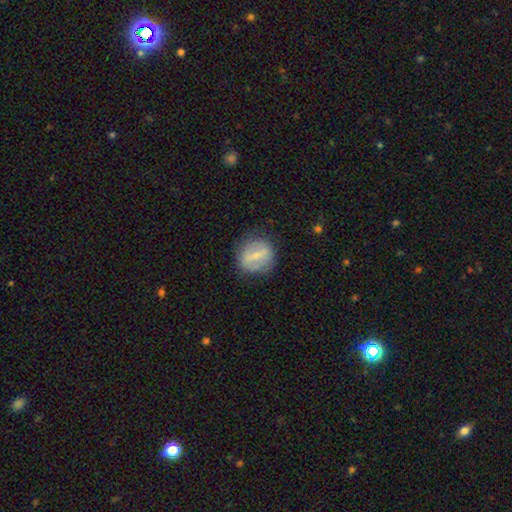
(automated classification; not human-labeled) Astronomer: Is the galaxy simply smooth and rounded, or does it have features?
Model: featured or disk — 48% (runner-up: smooth, 44%).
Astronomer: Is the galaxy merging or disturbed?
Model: none — 76%.